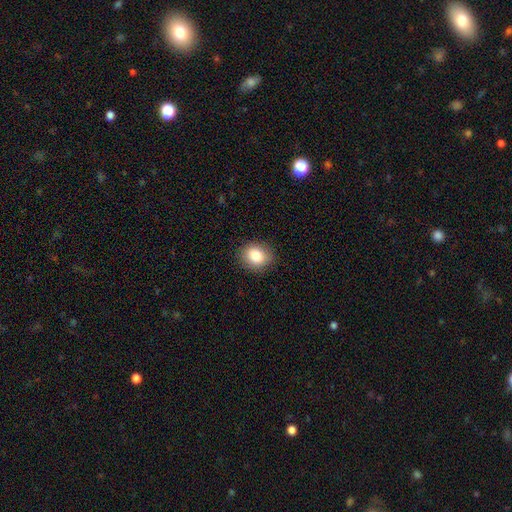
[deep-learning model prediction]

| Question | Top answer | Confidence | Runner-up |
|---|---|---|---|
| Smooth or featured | smooth | 84% | star or artifact (9%) |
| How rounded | round | 59% | in between (40%) |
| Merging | none | 87% | minor disturbance (10%) |